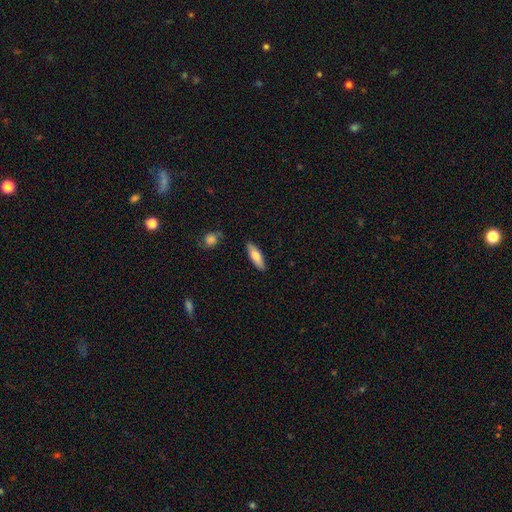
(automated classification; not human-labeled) A smooth galaxy with no disk features (72%) that is in between round and cigar-shaped (55%).

Vote fractions:
- Smooth or featured? smooth: 72% / featured or disk: 22% / star or artifact: 6%
- How rounded? in between: 55% / cigar-shaped: 43% / round: 2%
- Merging? none: 87% / minor disturbance: 10% / major disturbance: 2% / merger: 2%